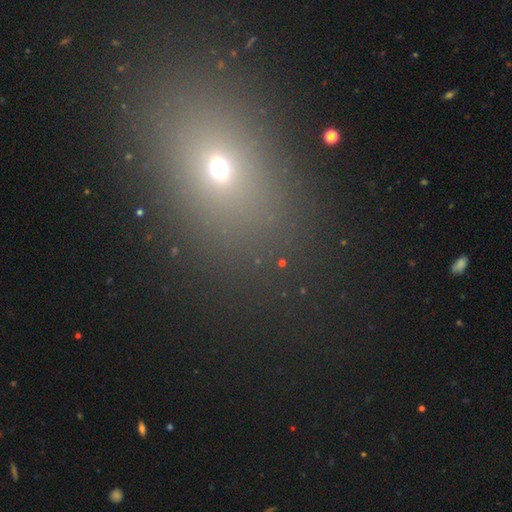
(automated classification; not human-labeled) Morphology: type=smooth (54%); roundness=in between (59%); merging=none (87%).